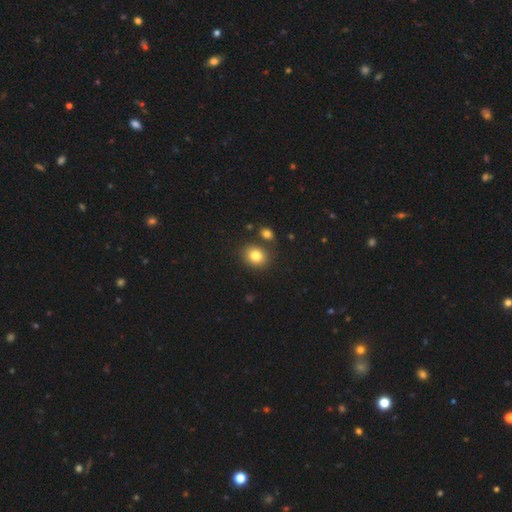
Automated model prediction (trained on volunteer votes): Morphology: type=smooth (82%); roundness=round (60%); merging=none (78%).